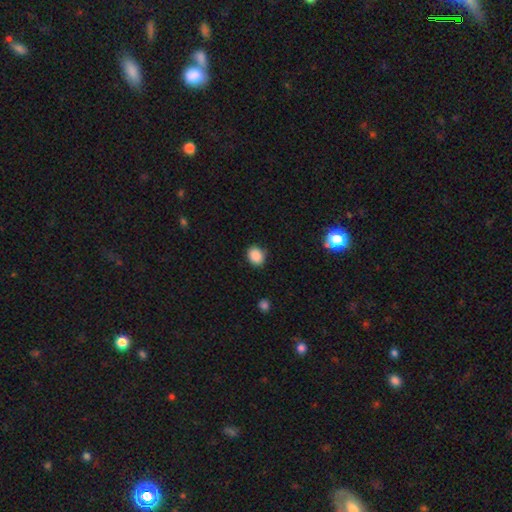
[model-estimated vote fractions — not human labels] Smooth or featured? Predicted: smooth (p=0.88). How rounded? Predicted: round (p=0.59). Merging? Predicted: none (p=0.84).